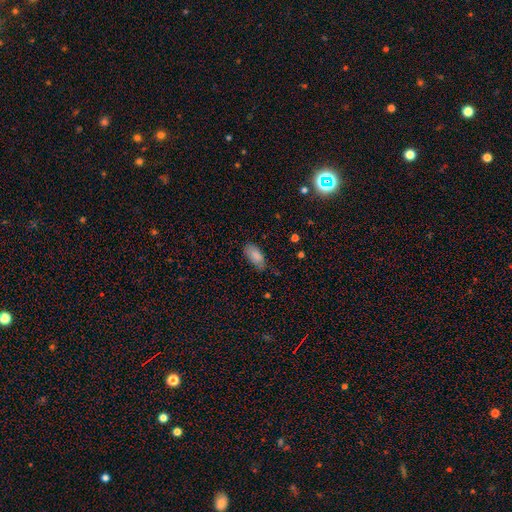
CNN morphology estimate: The model was most divided on "merging": none: 69%, minor disturbance: 25%, major disturbance: 5%, merger: 1%. More confident: how rounded — in between (90%); smooth or featured — smooth (86%).